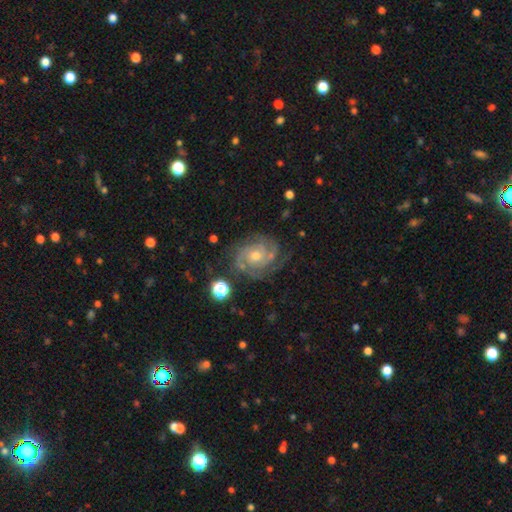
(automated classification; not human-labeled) Q: Smooth or featured?
A: featured or disk (88%); runner-up: star or artifact (6%)
Q: Edge-on disk?
A: no (98%); runner-up: yes (2%)
Q: Bar?
A: no (76%); runner-up: weak (20%)
Q: Spiral arms?
A: yes (97%); runner-up: no (3%)
Q: Spiral winding?
A: tight (65%); runner-up: medium (30%)
Q: Spiral arm count?
A: 3 (35%); runner-up: 2 (21%)
Q: Bulge size?
A: moderate (53%); runner-up: small (43%)
Q: Merging?
A: none (74%); runner-up: minor disturbance (17%)